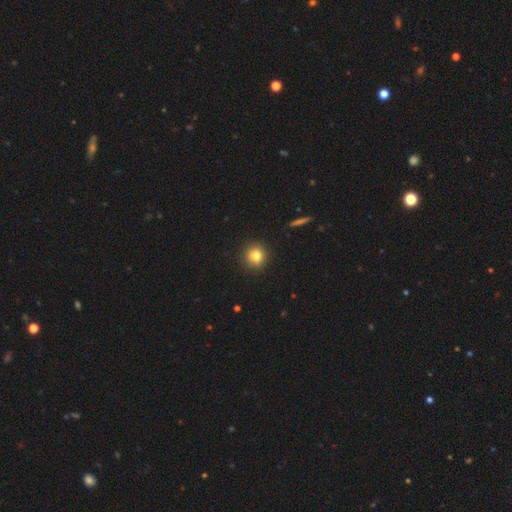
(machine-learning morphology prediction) A smooth galaxy with no disk features (80%) that is round (92%).

Vote fractions:
- Smooth or featured? smooth: 80% / star or artifact: 12% / featured or disk: 8%
- How rounded? round: 92% / in between: 7% / cigar-shaped: 1%
- Merging? none: 91% / minor disturbance: 6% / major disturbance: 2% / merger: 1%